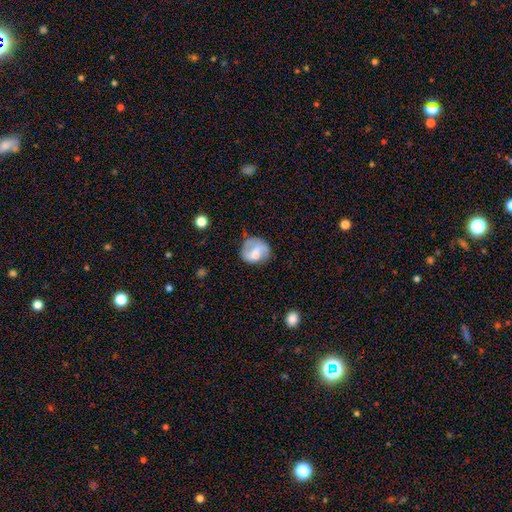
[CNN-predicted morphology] A featured or disk galaxy (56%) with a weak bar (45%), spiral arms (81%) and a moderate central bulge (40%). Merging: none (60%).